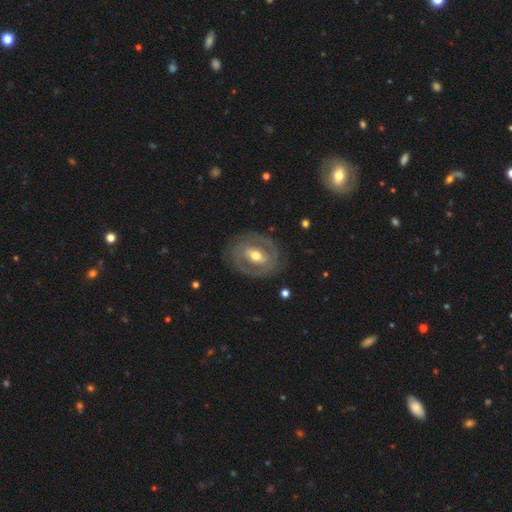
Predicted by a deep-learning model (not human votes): featured or disk 80%, smooth 15%, star or artifact 5%. Down the decision tree: edge-on disk — no (95%); bar — strong (45%); spiral arms — yes (68%); spiral arm count — 2 (71%); spiral winding — tight (56%); bulge size — moderate (74%); merging — none (80%).